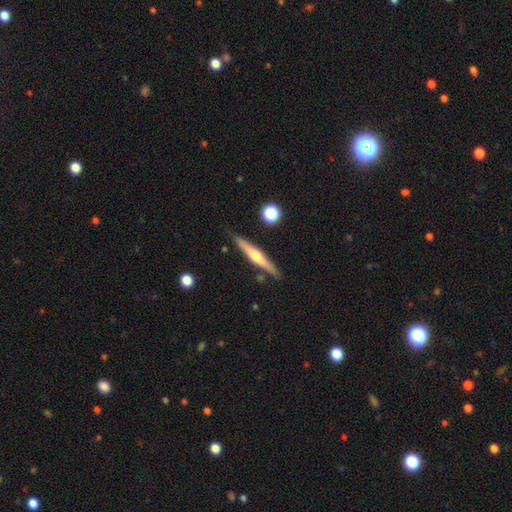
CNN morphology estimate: smooth_or_featured: featured or disk (p=0.65) [alt: smooth p=0.30]
disk_edge_on: yes (p=0.97) [alt: no p=0.03]
edge_on_bulge: rounded (p=0.88) [alt: none p=0.07]
merging: none (p=0.86) [alt: minor disturbance p=0.10]